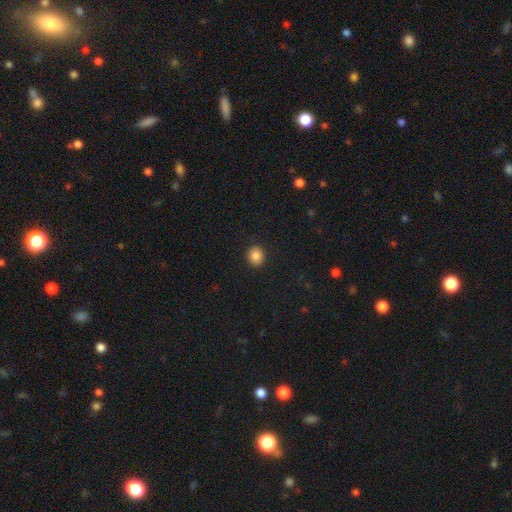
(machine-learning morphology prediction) type=smooth (86%); roundness=round (76%); merging=none (91%).